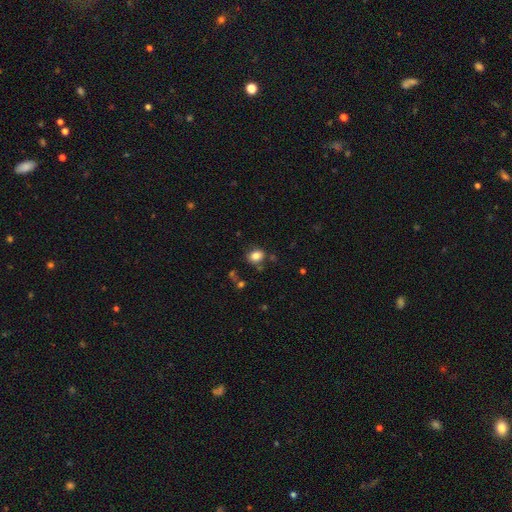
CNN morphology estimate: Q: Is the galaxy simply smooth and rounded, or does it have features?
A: smooth — 82%.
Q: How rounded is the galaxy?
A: in between — 56%.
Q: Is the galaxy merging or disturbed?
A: none — 75%.